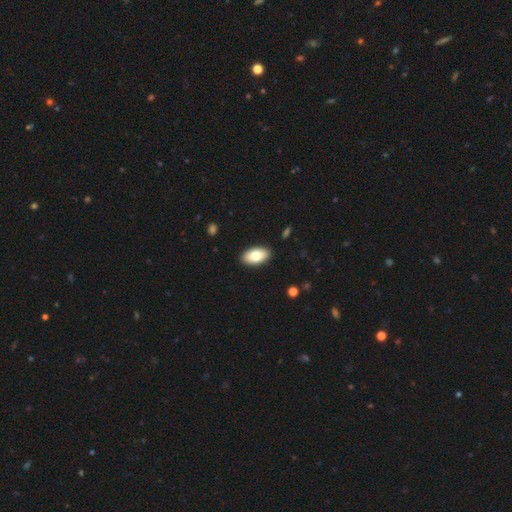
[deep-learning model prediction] smooth-or-featured: smooth: 78% | featured or disk: 16% | star or artifact: 6%
  how-rounded: in between: 95% | round: 3% | cigar-shaped: 2%
  merging: none: 90% | minor disturbance: 7% | major disturbance: 2% | merger: 1%